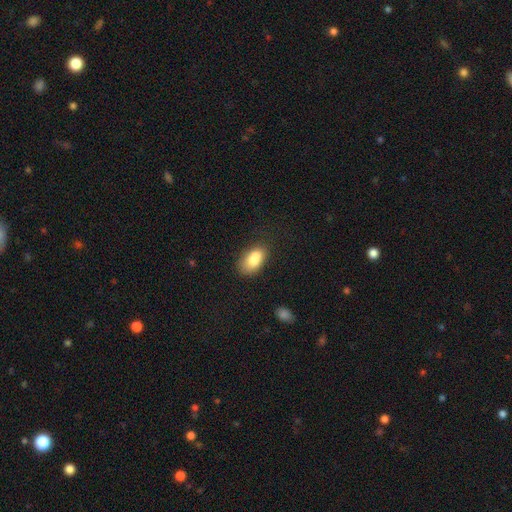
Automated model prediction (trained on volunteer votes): Q: Smooth or featured?
A: smooth (74%); runner-up: featured or disk (17%)
Q: How rounded?
A: in between (88%); runner-up: round (9%)
Q: Merging?
A: none (45%); runner-up: merger (29%)